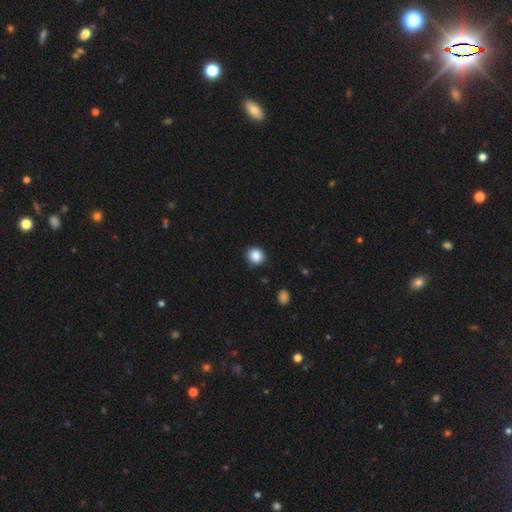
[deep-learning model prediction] Smooth or featured?
  - smooth: 86% *
  - star or artifact: 10%
  - featured or disk: 3%
How rounded?
  - round: 88% *
  - in between: 11%
  - cigar-shaped: 1%
Merging?
  - none: 85% *
  - minor disturbance: 11%
  - major disturbance: 2%
  - merger: 1%